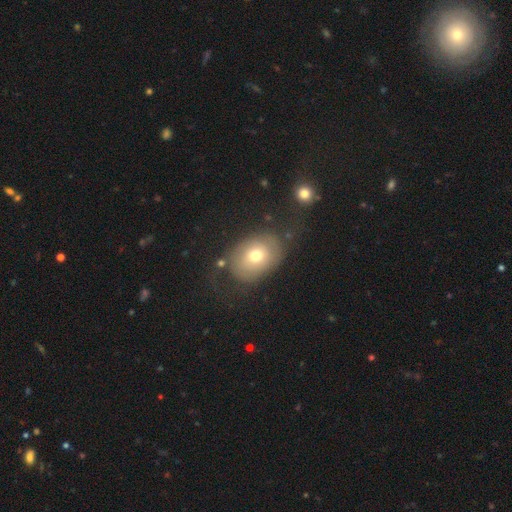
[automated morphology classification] smooth 62%, featured or disk 29%, star or artifact 10%. Down the decision tree: how rounded — in between (70%); merging — none (61%).